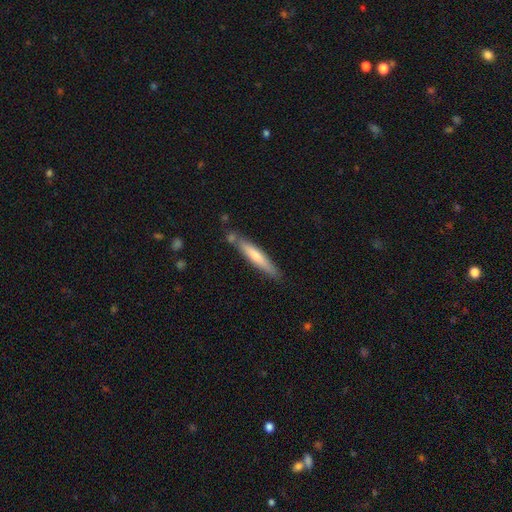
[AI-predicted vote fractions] smooth_or_featured: smooth (p=0.63) [alt: featured or disk p=0.32]
how_rounded: cigar-shaped (p=0.92) [alt: in between p=0.07]
merging: none (p=0.77) [alt: minor disturbance p=0.14]